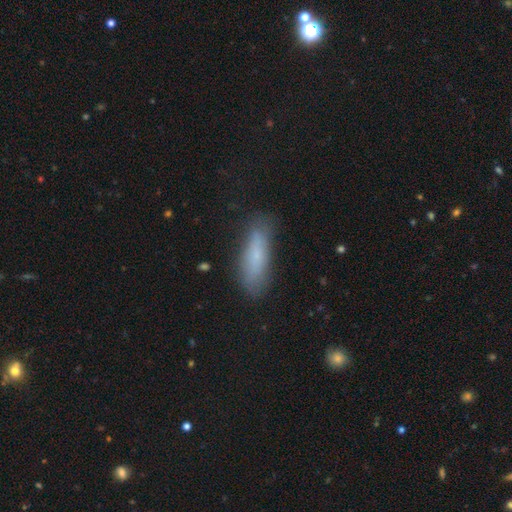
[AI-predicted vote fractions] This is likely a smooth galaxy (72%). How rounded: possibly cigar-shaped (58%). Merging: likely none (78%).